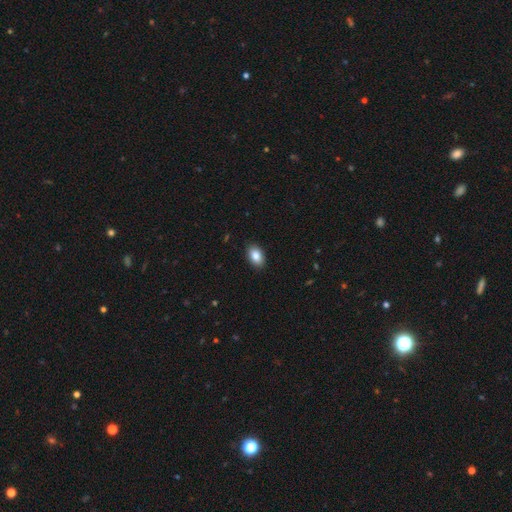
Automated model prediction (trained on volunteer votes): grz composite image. It shows a smooth galaxy with no disk features (86%) that is in between round and cigar-shaped (90%). Merging: none (89%).